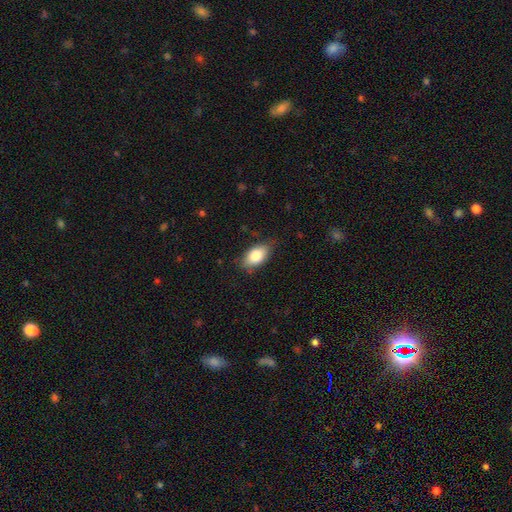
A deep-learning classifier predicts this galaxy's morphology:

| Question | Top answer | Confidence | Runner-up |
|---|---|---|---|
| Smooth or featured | smooth | 83% | featured or disk (11%) |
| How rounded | in between | 91% | round (6%) |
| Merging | none | 75% | minor disturbance (20%) |